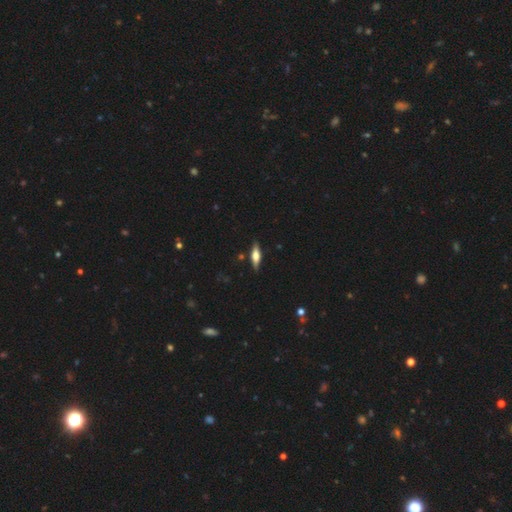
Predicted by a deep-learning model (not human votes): smooth_or_featured: featured or disk (p=0.48) [alt: smooth p=0.45]
merging: none (p=0.86) [alt: minor disturbance p=0.11]